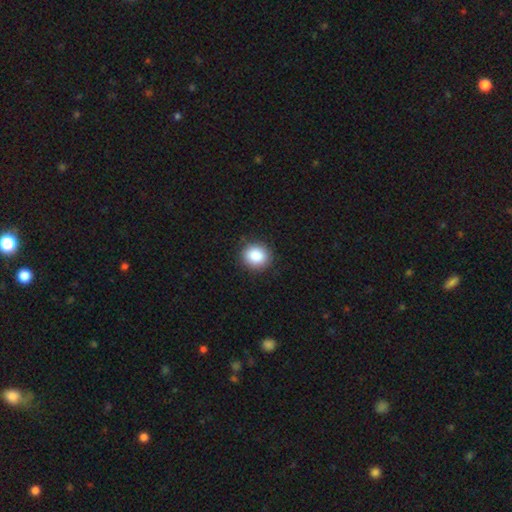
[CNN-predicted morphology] smooth-or-featured: smooth: 87% | star or artifact: 9% | featured or disk: 4%
  how-rounded: round: 78% | in between: 21% | cigar-shaped: 1%
  merging: none: 89% | minor disturbance: 8% | major disturbance: 2% | merger: 1%